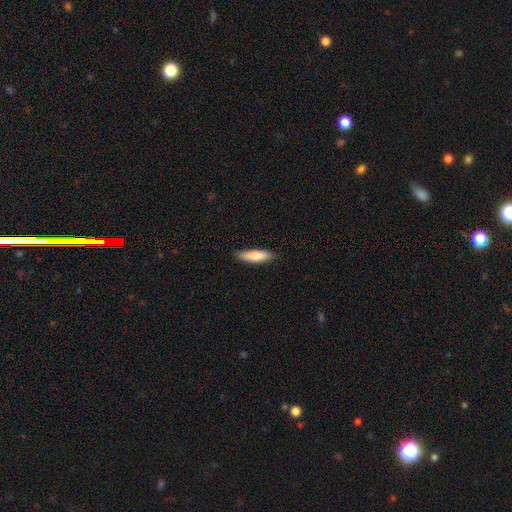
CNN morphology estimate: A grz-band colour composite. It shows a smooth galaxy with no disk features (81%) that is cigar-shaped (65%). Merging: none (87%).